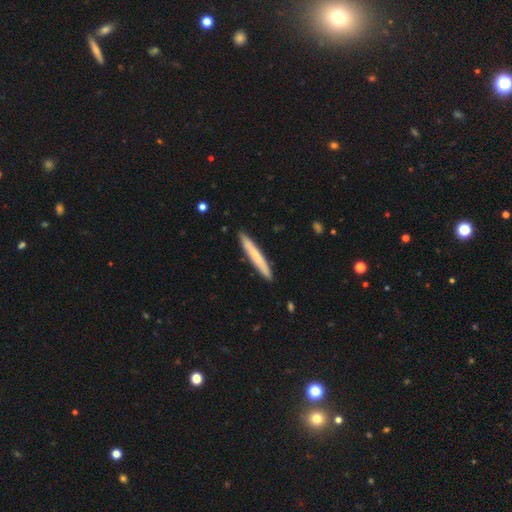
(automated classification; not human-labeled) smooth_or_featured: smooth (p=0.66) [alt: featured or disk p=0.29]
how_rounded: cigar-shaped (p=0.96) [alt: in between p=0.03]
merging: none (p=0.90) [alt: minor disturbance p=0.08]